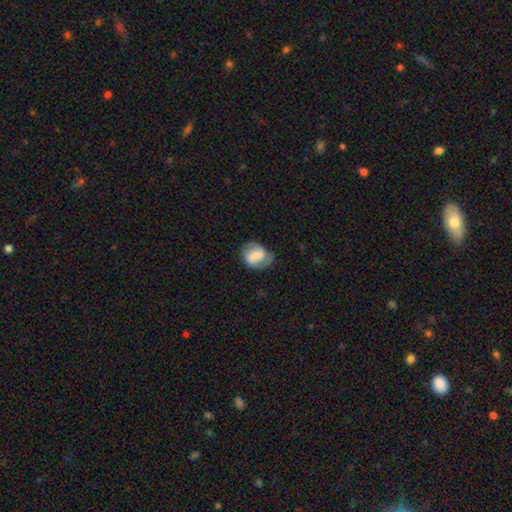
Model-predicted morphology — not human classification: This is possibly a smooth galaxy (52%). How rounded: possibly round (50%). Merging: possibly none (55%).